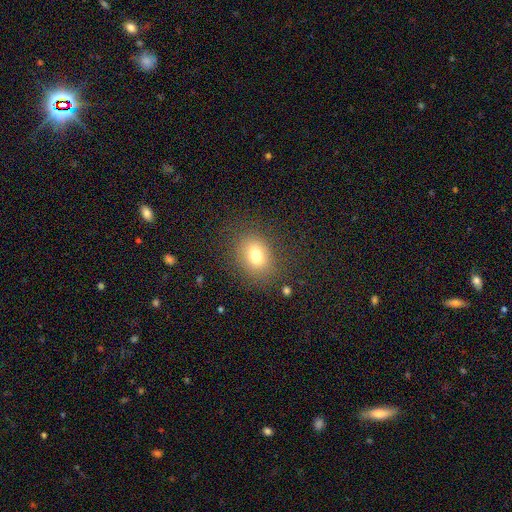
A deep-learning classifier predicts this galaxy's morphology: smooth 75%, star or artifact 13%, featured or disk 12%. Down the decision tree: how rounded — in between (52%); merging — none (81%).